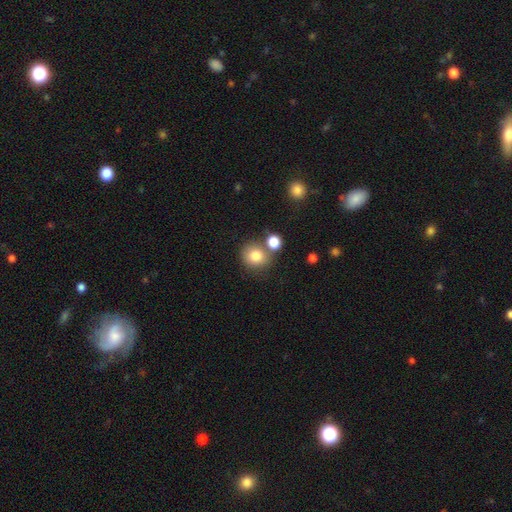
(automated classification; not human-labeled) This appears to be a smooth galaxy with no disk features (82%) that is round (82%). Merging: none (63%).